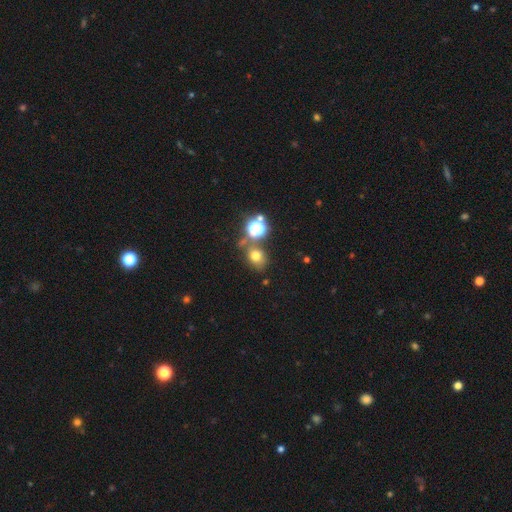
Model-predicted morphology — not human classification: Q: Smooth or featured?
A: smooth (66%); runner-up: star or artifact (24%)
Q: How rounded?
A: round (56%); runner-up: in between (43%)
Q: Merging?
A: none (63%); runner-up: merger (18%)